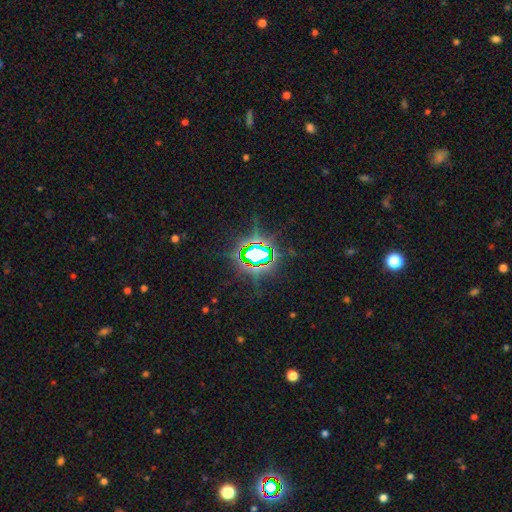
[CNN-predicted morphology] type=star or artifact (79%).